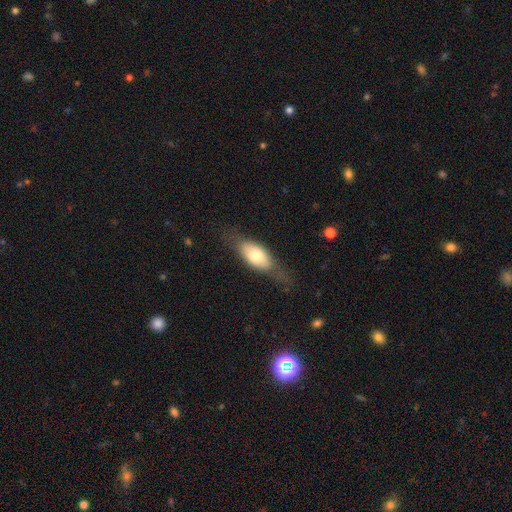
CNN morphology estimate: This is likely a smooth galaxy (63%). How rounded: clearly in between (80%). Merging: likely none (65%).